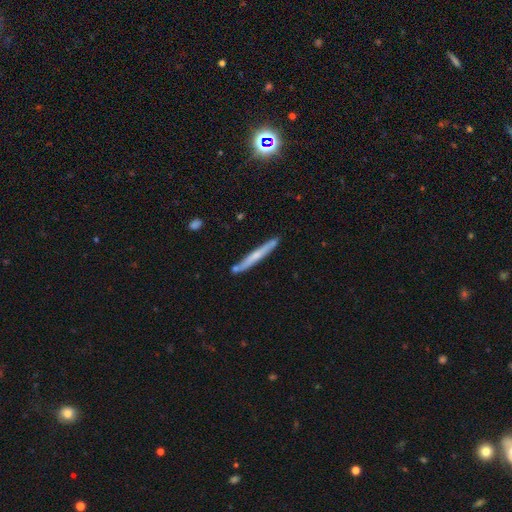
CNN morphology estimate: Smooth or featured?
  - featured or disk: 47% *
  - smooth: 46%
  - star or artifact: 7%
Merging?
  - none: 85% *
  - minor disturbance: 10%
  - merger: 3%
  - major disturbance: 2%